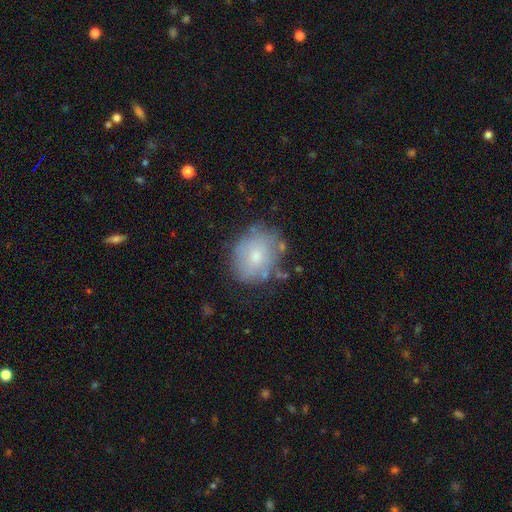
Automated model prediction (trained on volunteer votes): Q: Smooth or featured?
A: smooth (63%); runner-up: featured or disk (29%)
Q: How rounded?
A: in between (52%); runner-up: round (47%)
Q: Merging?
A: none (69%); runner-up: minor disturbance (21%)